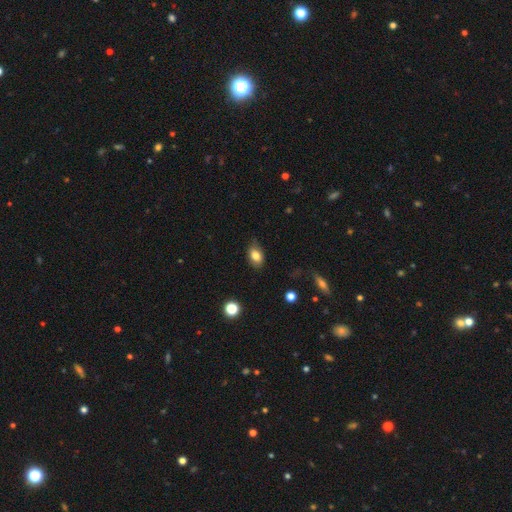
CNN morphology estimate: Q: Smooth or featured?
A: smooth (81%); runner-up: featured or disk (10%)
Q: How rounded?
A: in between (84%); runner-up: round (15%)
Q: Merging?
A: none (76%); runner-up: minor disturbance (18%)